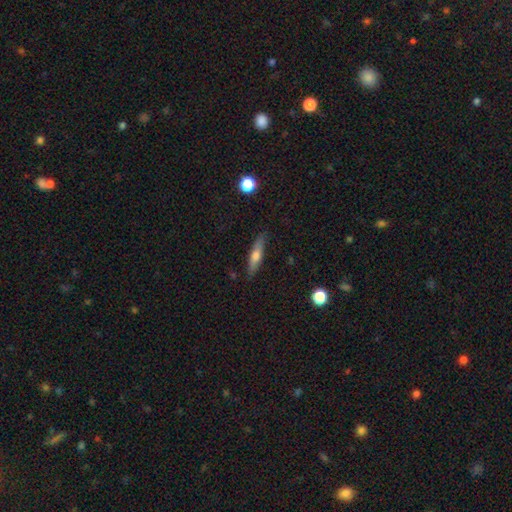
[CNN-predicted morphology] type=smooth (57%); roundness=cigar-shaped (74%); merging=none (83%).